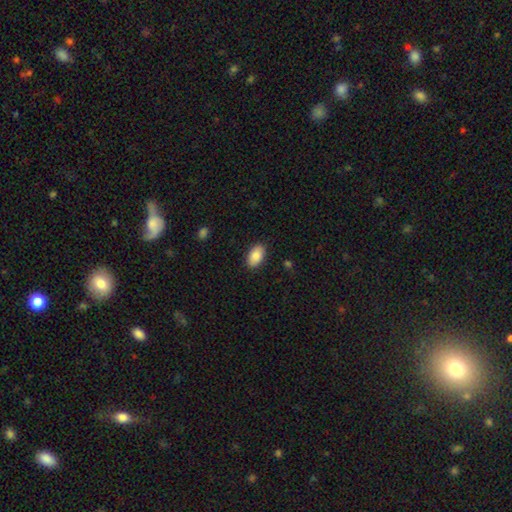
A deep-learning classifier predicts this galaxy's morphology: This appears to be a smooth galaxy with no disk features (86%) that is in between round and cigar-shaped (94%). Merging: none (88%).